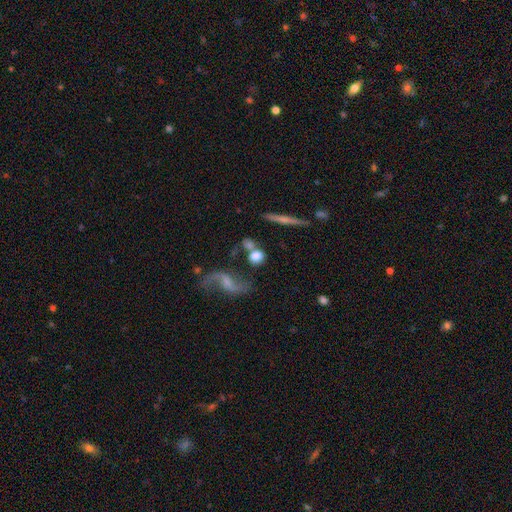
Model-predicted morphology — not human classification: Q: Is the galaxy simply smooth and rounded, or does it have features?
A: smooth — 64%.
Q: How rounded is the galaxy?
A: round — 72%.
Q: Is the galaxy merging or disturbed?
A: none — 55%.